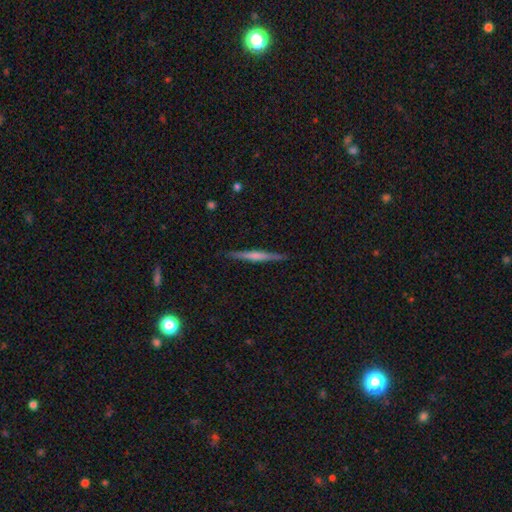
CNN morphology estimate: Q: Smooth or featured?
A: featured or disk (59%); runner-up: smooth (35%)
Q: Edge-on disk?
A: yes (98%); runner-up: no (2%)
Q: Edge-on bulge?
A: rounded (42%); runner-up: none (41%)
Q: Merging?
A: none (91%); runner-up: minor disturbance (7%)